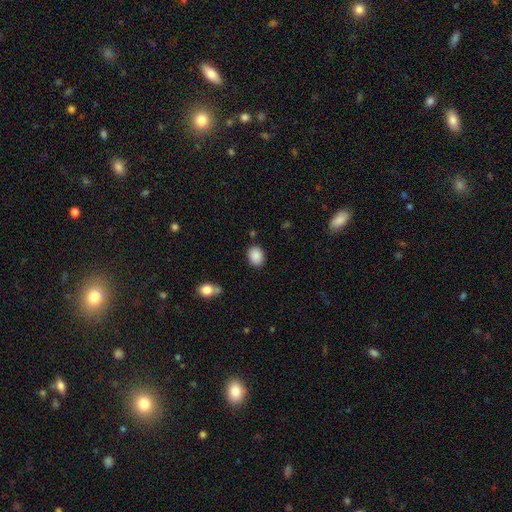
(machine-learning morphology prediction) Q: Smooth or featured?
A: smooth (89%); runner-up: star or artifact (8%)
Q: How rounded?
A: in between (58%); runner-up: round (41%)
Q: Merging?
A: none (84%); runner-up: minor disturbance (11%)